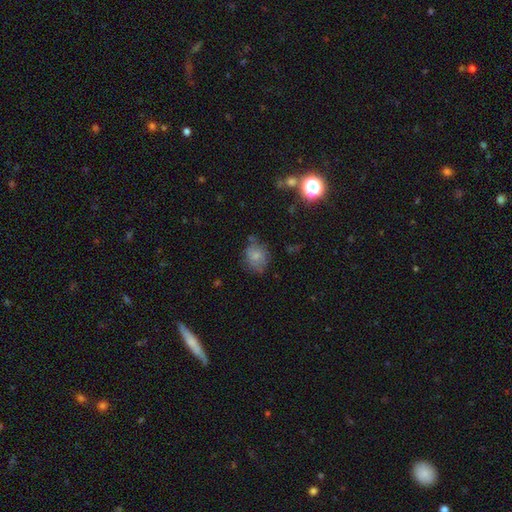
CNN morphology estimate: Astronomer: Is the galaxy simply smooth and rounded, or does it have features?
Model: smooth — 71%.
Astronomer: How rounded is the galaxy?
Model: round — 61% (runner-up: in between, 38%).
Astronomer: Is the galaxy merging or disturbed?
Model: none — 60%.